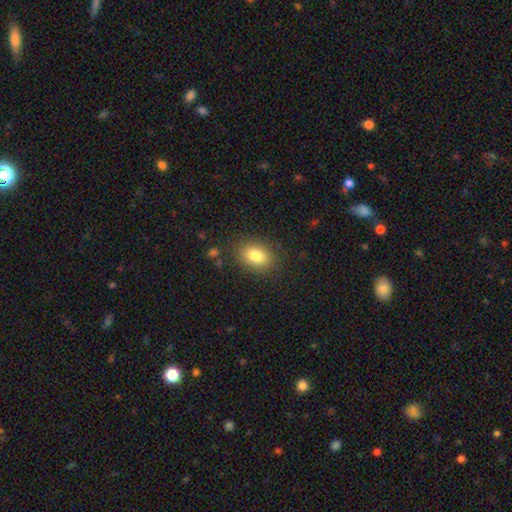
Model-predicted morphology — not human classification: type=smooth (81%); roundness=in between (70%); merging=none (85%).